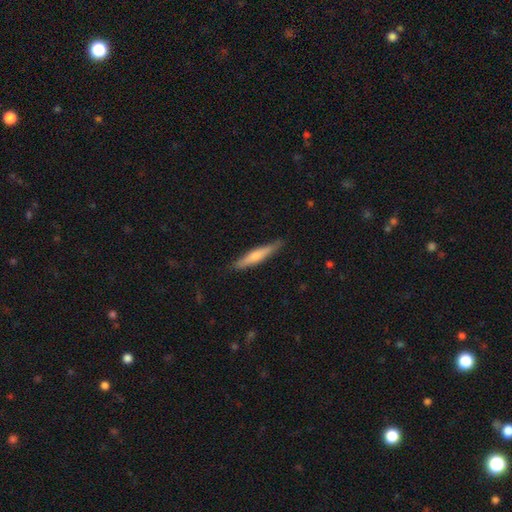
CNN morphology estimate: Smooth or featured? smooth (50%)
How rounded? cigar-shaped (91%)
Merging? none (87%)